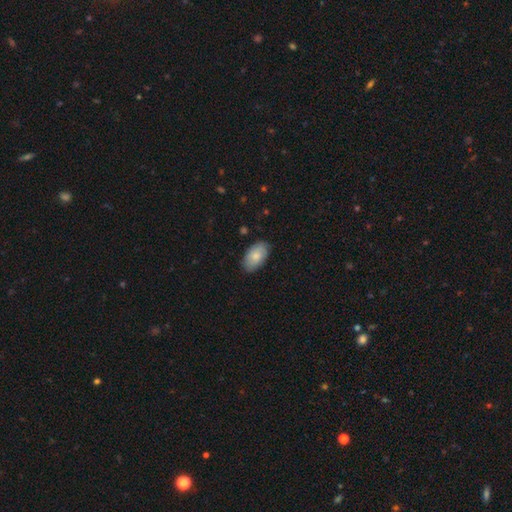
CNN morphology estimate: Smooth or featured?
  - smooth: 79% *
  - featured or disk: 15%
  - star or artifact: 6%
How rounded?
  - in between: 94% *
  - round: 4%
  - cigar-shaped: 2%
Merging?
  - none: 83% *
  - minor disturbance: 14%
  - major disturbance: 2%
  - merger: 1%